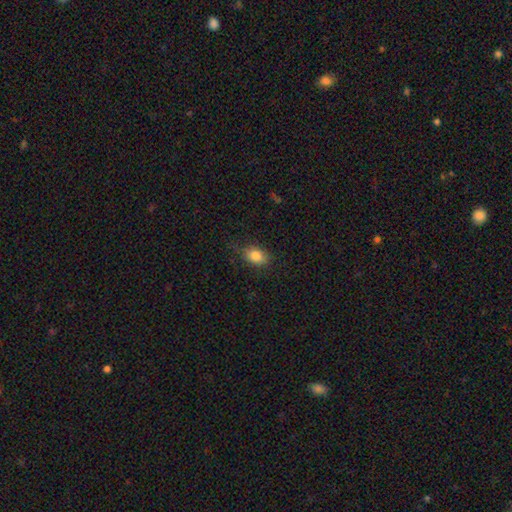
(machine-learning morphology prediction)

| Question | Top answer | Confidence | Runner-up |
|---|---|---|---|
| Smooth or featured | smooth | 83% | star or artifact (9%) |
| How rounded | in between | 81% | round (17%) |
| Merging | none | 78% | minor disturbance (17%) |